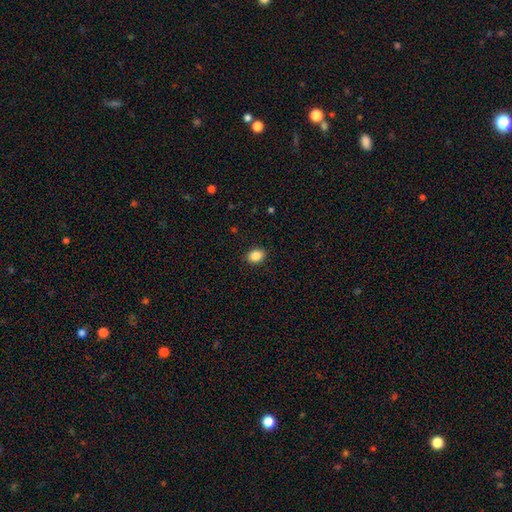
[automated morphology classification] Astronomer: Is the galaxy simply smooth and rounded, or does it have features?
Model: smooth — 87%.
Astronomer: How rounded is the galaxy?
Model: in between — 66%.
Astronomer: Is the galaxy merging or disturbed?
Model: none — 90%.